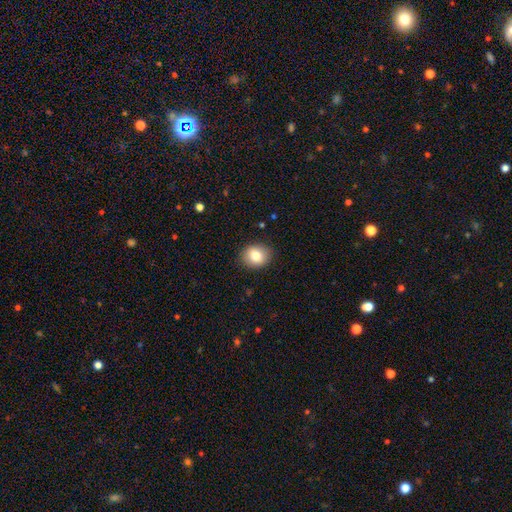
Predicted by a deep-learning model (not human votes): A smooth galaxy with no disk features (81%) that is round (64%). Merging: none (88%).